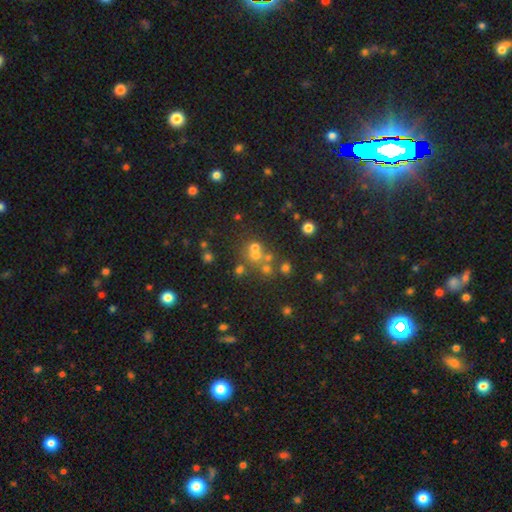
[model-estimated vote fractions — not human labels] Smooth or featured: smooth — 52% (star or artifact — 29%)
How rounded: round — 85% (in between — 14%)
Merging: none — 54% (merger — 31%)